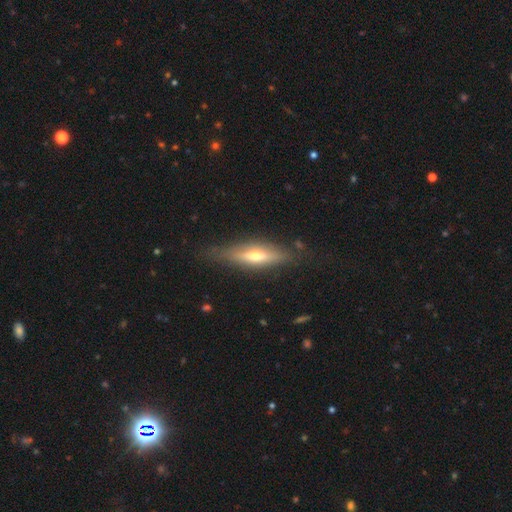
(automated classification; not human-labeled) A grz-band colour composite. It shows a featured or disk galaxy (62%) viewed edge-on (90%) with a rounded central bulge (87%). Merging: none (78%).